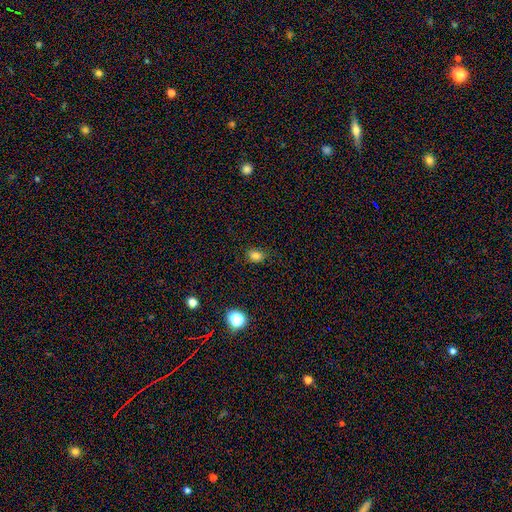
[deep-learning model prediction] This is likely a smooth galaxy (80%). How rounded: likely in between (68%). Merging: clearly none (80%).